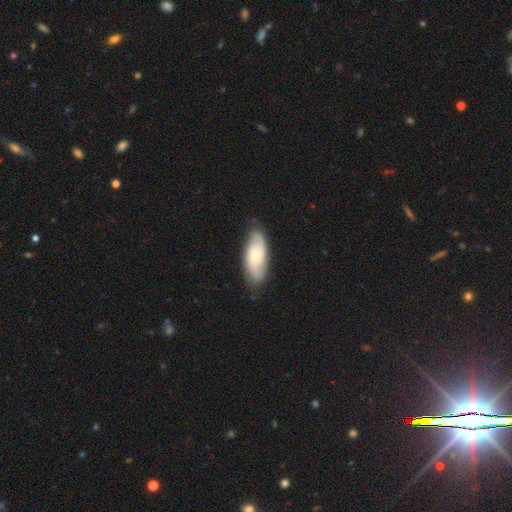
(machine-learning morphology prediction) A featured or disk galaxy (57%) with no bar (73%), spiral arms (88%) and a small central bulge (62%). Merging: none (80%).